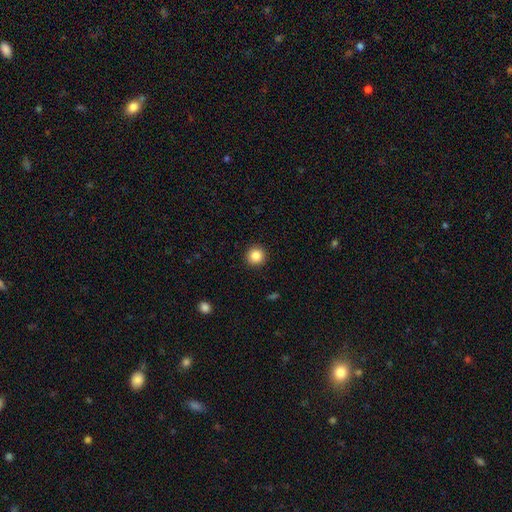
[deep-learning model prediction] smooth-or-featured: smooth: 86% | star or artifact: 10% | featured or disk: 4%
  how-rounded: round: 94% | in between: 5% | cigar-shaped: 1%
  merging: none: 92% | minor disturbance: 5% | major disturbance: 2% | merger: 1%